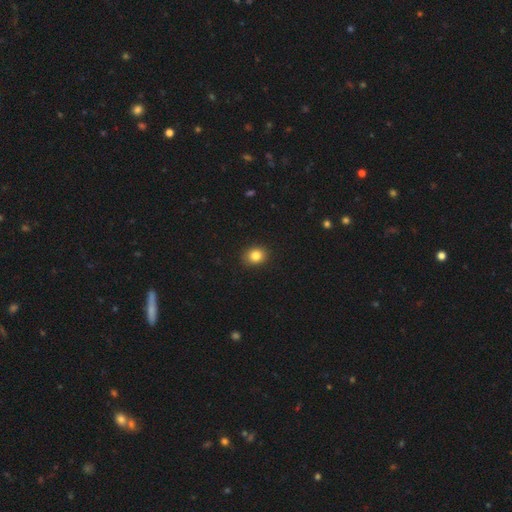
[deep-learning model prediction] Smooth or featured?
  - smooth: 83% *
  - star or artifact: 11%
  - featured or disk: 6%
How rounded?
  - round: 60% *
  - in between: 39%
  - cigar-shaped: 1%
Merging?
  - none: 89% *
  - minor disturbance: 8%
  - major disturbance: 2%
  - merger: 1%